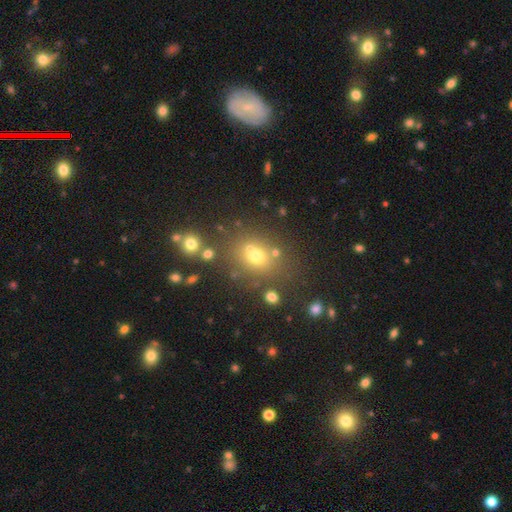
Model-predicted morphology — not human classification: Smooth or featured?
  - smooth: 59% *
  - star or artifact: 26%
  - featured or disk: 14%
How rounded?
  - round: 53% *
  - in between: 45%
  - cigar-shaped: 2%
Merging?
  - none: 69% *
  - merger: 14%
  - minor disturbance: 12%
  - major disturbance: 5%